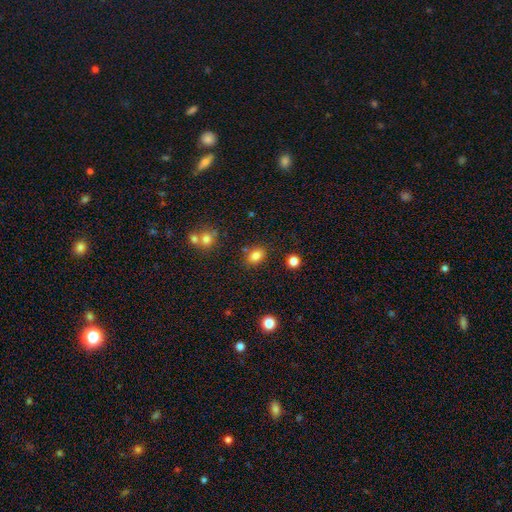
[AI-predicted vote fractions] smooth-or-featured: smooth: 82% | star or artifact: 12% | featured or disk: 6%
  how-rounded: in between: 62% | round: 36% | cigar-shaped: 1%
  merging: none: 78% | minor disturbance: 12% | merger: 6% | major disturbance: 3%